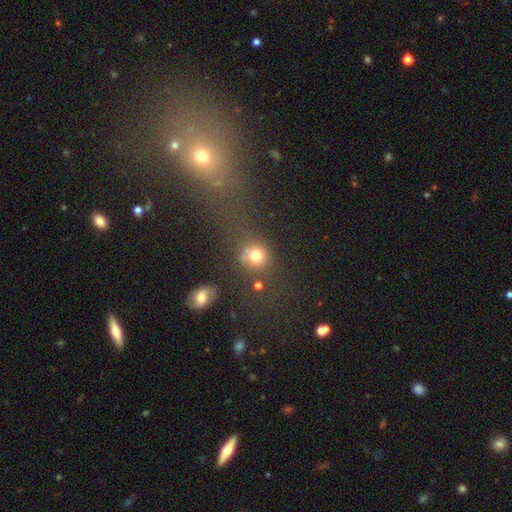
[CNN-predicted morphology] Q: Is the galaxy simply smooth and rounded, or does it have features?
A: smooth — 75%.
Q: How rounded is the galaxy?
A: round — 75%.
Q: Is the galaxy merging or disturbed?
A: none — 59%.